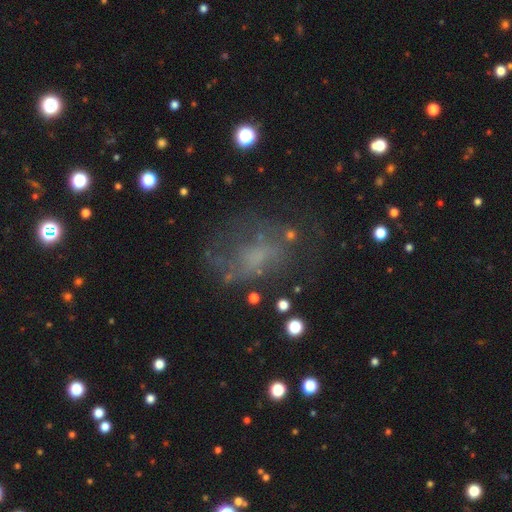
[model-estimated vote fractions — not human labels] Q: Smooth or featured?
A: featured or disk (44%); runner-up: smooth (36%)
Q: Merging?
A: none (49%); runner-up: major disturbance (26%)